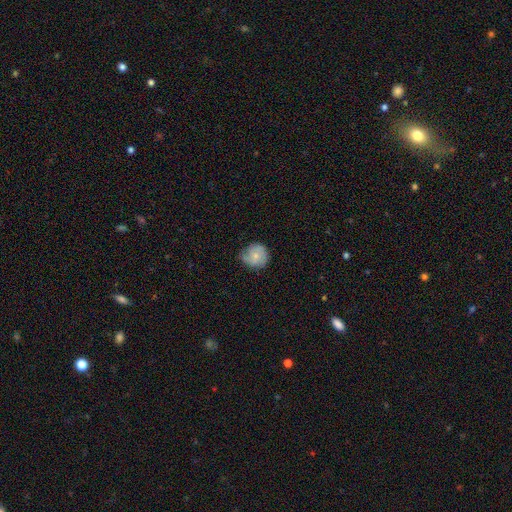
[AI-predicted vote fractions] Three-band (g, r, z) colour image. It shows a smooth galaxy with no disk features (51%) that is round (86%). Merging: none (62%).